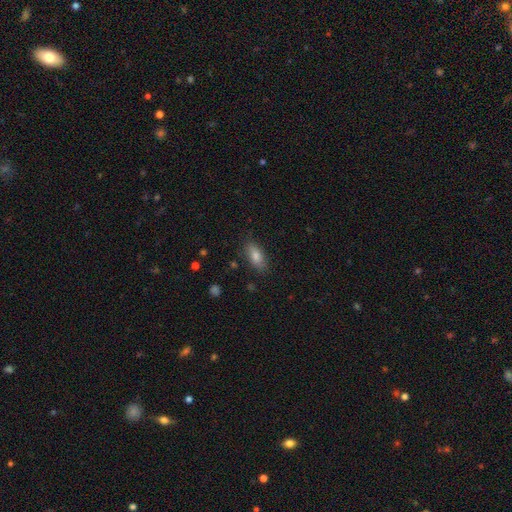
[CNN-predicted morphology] This is likely a smooth galaxy (79%). How rounded: clearly in between (82%). Merging: clearly none (83%).